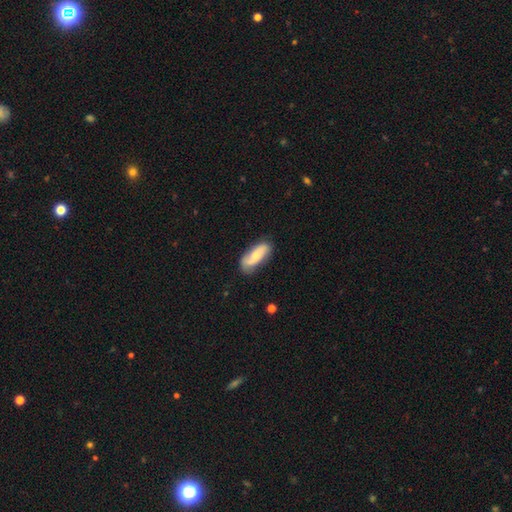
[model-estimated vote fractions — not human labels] The model was most divided on "smooth or featured": smooth: 48%, featured or disk: 46%, star or artifact: 6%. More confident: merging — none (73%).